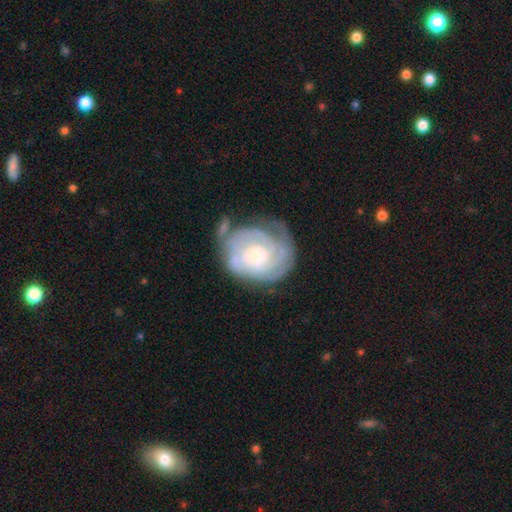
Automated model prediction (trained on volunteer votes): featured or disk 82%, smooth 13%, star or artifact 5%. Down the decision tree: edge-on disk — no (98%); bar — no (69%); spiral arms — yes (94%); spiral arm count — can't tell (38%); spiral winding — tight (73%); bulge size — small (47%); merging — none (55%).